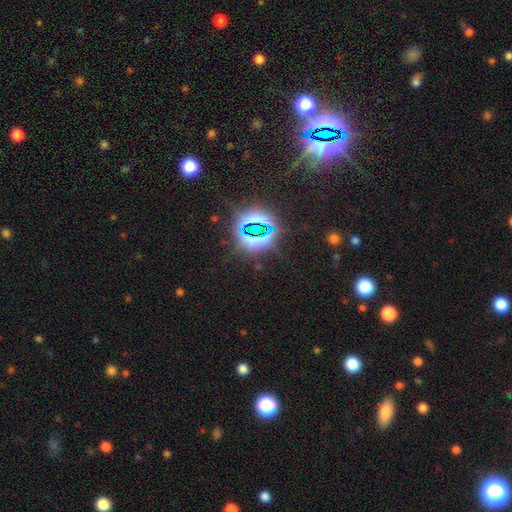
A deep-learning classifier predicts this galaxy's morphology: Q: Smooth or featured?
A: star or artifact (83%); runner-up: smooth (10%)